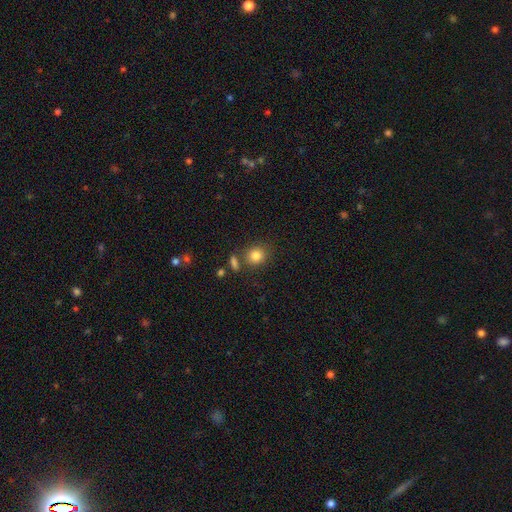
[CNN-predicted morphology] The model was most divided on "how rounded": round: 80%, in between: 19%, cigar-shaped: 1%. More confident: smooth or featured — smooth (83%); merging — none (75%).